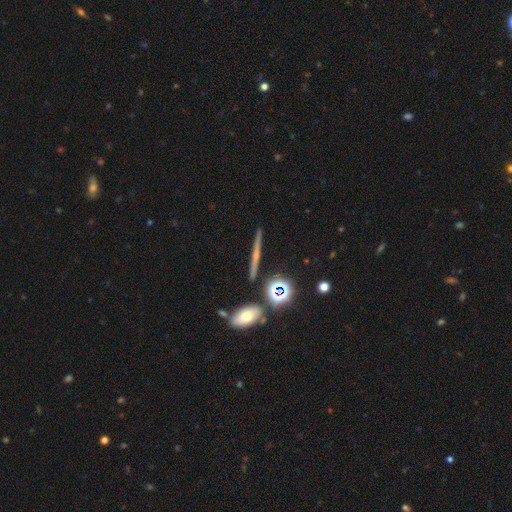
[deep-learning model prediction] Smooth or featured? featured or disk (53%)
Edge-on disk? yes (94%)
Edge-on bulge? none (47%)
Merging? none (88%)